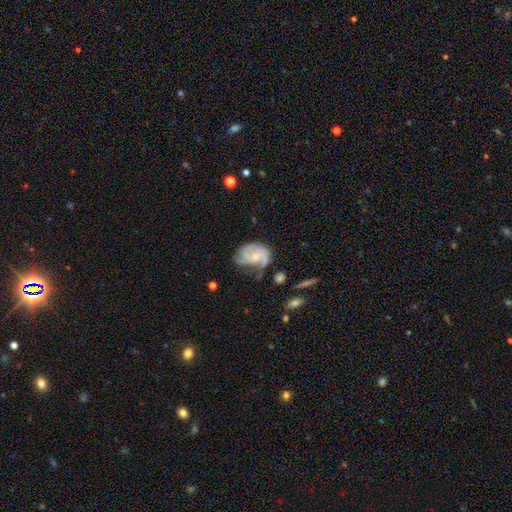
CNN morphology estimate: A featured or disk galaxy (68%) with no bar (71%), 2 (39%) medium (42%) spiral arms (84%) and a small central bulge (54%).

Vote fractions:
- Smooth or featured? featured or disk: 68% / smooth: 25% / star or artifact: 7%
- Edge-on disk? no: 97% / yes: 3%
- Bar? no: 71% / weak: 25% / strong: 4%
- Spiral arms? yes: 84% / no: 16%
- Spiral winding? medium: 42% / tight: 33% / loose: 24%
- Spiral arm count? 2: 39% / can't tell: 24% / 3: 20% / 1: 11% / 4: 4% / more than 4: 3%
- Bulge size? small: 54% / moderate: 32% / none: 11% / large: 2% / dominant: 1%
- Merging? none: 37% / minor disturbance: 31% / major disturbance: 27% / merger: 5%